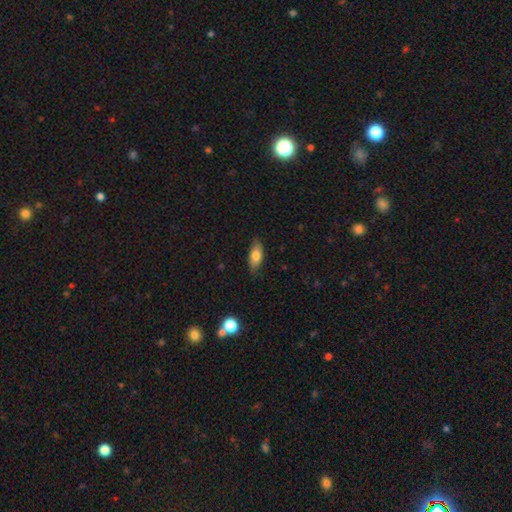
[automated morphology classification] Smooth or featured?
  - smooth: 75% *
  - featured or disk: 18%
  - star or artifact: 7%
How rounded?
  - in between: 82% *
  - cigar-shaped: 15%
  - round: 3%
Merging?
  - none: 81% *
  - minor disturbance: 15%
  - major disturbance: 3%
  - merger: 1%